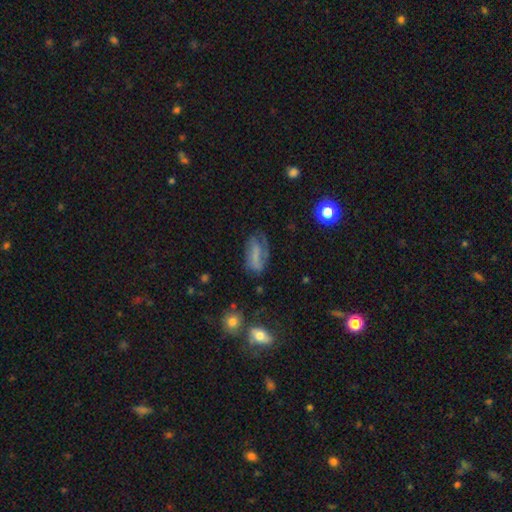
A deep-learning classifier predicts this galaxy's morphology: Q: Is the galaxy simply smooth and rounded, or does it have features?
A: smooth — 47%.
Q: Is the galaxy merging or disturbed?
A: none — 49%.